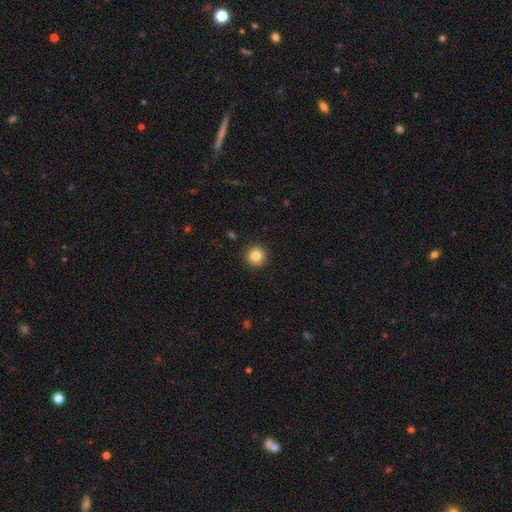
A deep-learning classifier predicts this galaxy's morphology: smooth-or-featured: smooth: 83% | star or artifact: 10% | featured or disk: 7%
  how-rounded: round: 95% | in between: 4% | cigar-shaped: 1%
  merging: none: 92% | minor disturbance: 5% | major disturbance: 2% | merger: 1%